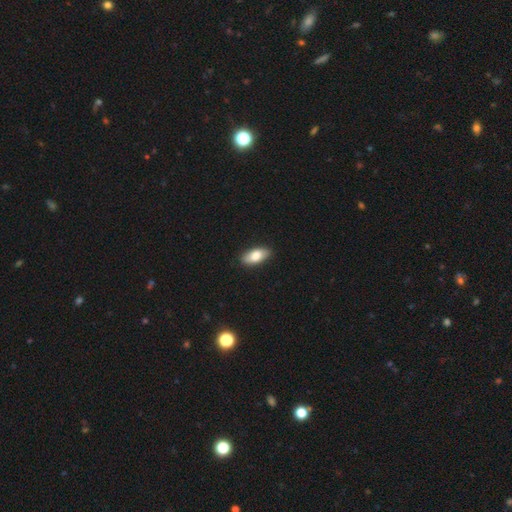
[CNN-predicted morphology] smooth_or_featured: smooth (p=0.81) [alt: featured or disk p=0.13]
how_rounded: in between (p=0.89) [alt: cigar-shaped p=0.08]
merging: none (p=0.88) [alt: minor disturbance p=0.09]